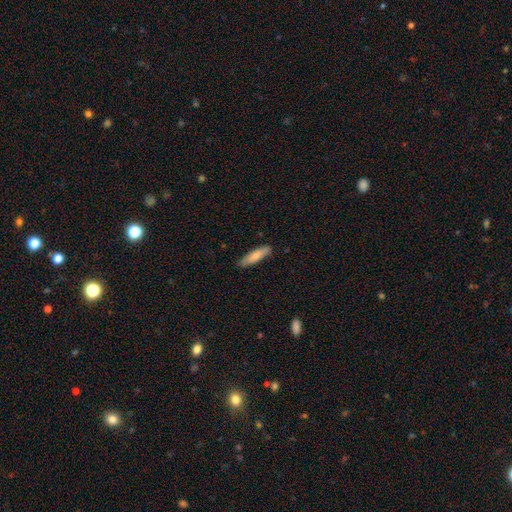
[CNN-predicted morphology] A smooth galaxy with no disk features (79%) that is cigar-shaped (70%).

Vote fractions:
- Smooth or featured? smooth: 79% / featured or disk: 16% / star or artifact: 5%
- How rounded? cigar-shaped: 70% / in between: 29% / round: 1%
- Merging? none: 85% / minor disturbance: 12% / major disturbance: 2% / merger: 1%